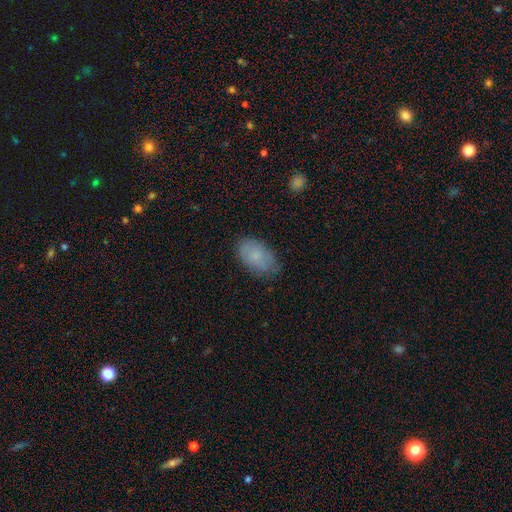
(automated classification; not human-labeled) smooth 76%, featured or disk 17%, star or artifact 7%. Down the decision tree: how rounded — in between (92%); merging — none (72%).